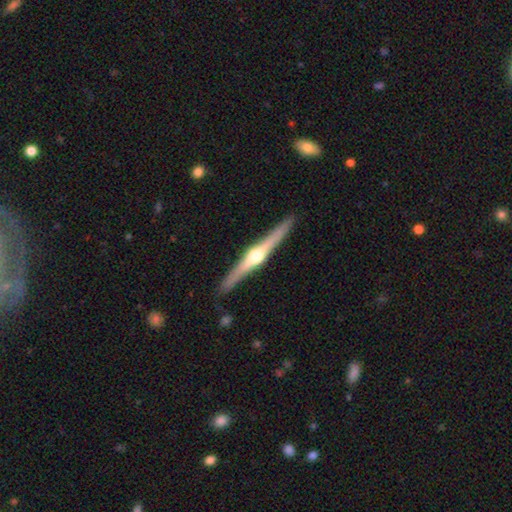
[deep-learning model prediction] Smooth or featured? Predicted: featured or disk (p=0.81). Edge-on disk? Predicted: yes (p=0.98). Edge-on bulge? Predicted: rounded (p=0.94). Merging? Predicted: none (p=0.91).